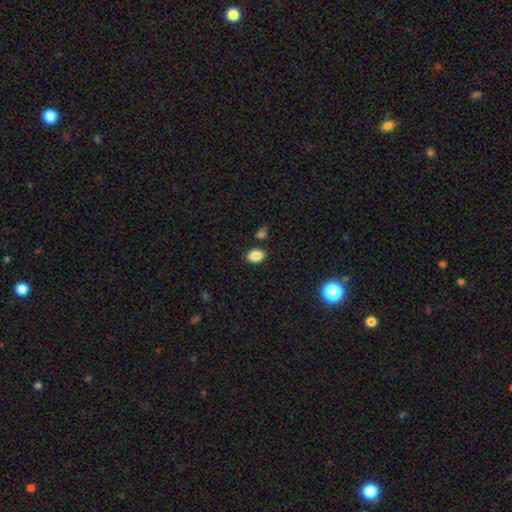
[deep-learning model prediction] Smooth or featured? Predicted: smooth (p=0.87). How rounded? Predicted: in between (p=0.83). Merging? Predicted: none (p=0.82).